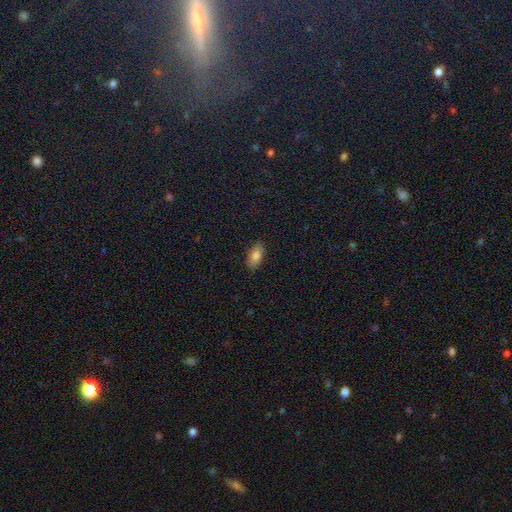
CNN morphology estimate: type=smooth (80%); roundness=in between (91%); merging=none (87%).